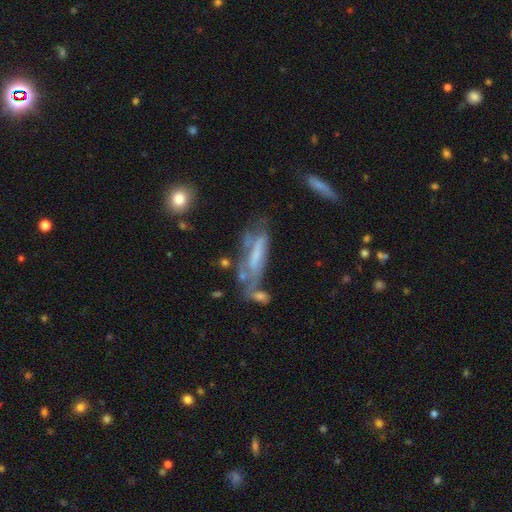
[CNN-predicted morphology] A featured or disk galaxy (58%). Merging: none (32%).